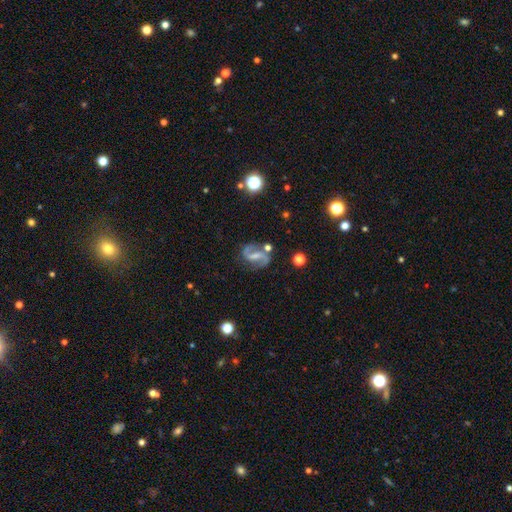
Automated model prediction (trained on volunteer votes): Smooth or featured?
  - featured or disk: 88% *
  - star or artifact: 6%
  - smooth: 6%
Edge-on disk?
  - no: 98% *
  - yes: 2%
Bar?
  - weak: 45% *
  - strong: 33%
  - no: 21%
Spiral arms?
  - yes: 97% *
  - no: 3%
Spiral winding?
  - medium: 47% *
  - loose: 43%
  - tight: 10%
Spiral arm count?
  - 2: 93% *
  - can't tell: 2%
  - 1: 2%
  - 3: 1%
  - 4: 1%
  - more than 4: 1%
Bulge size?
  - small: 45% *
  - moderate: 28%
  - none: 23%
  - large: 3%
  - dominant: 1%
Merging?
  - none: 74% *
  - minor disturbance: 14%
  - major disturbance: 6%
  - merger: 5%